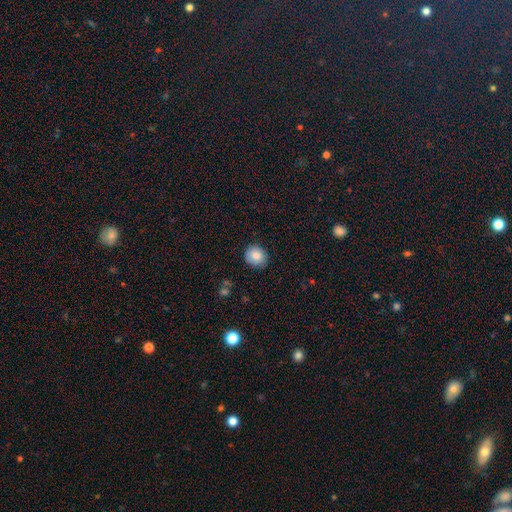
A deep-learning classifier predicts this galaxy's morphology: type=smooth (85%); roundness=round (84%); merging=none (86%).